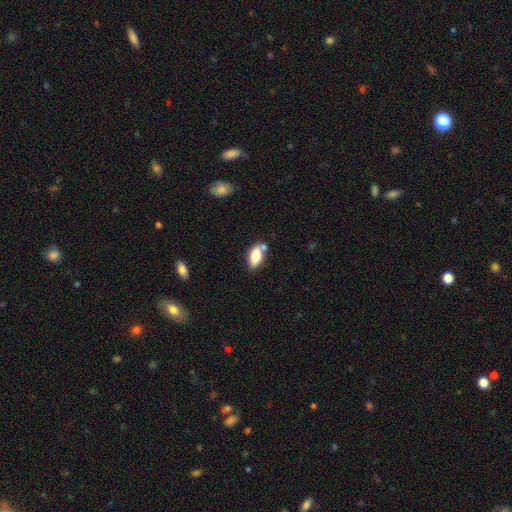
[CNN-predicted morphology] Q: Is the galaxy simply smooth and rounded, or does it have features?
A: smooth — 77%.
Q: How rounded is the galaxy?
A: in between — 88%.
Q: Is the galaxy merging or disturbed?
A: none — 61%.